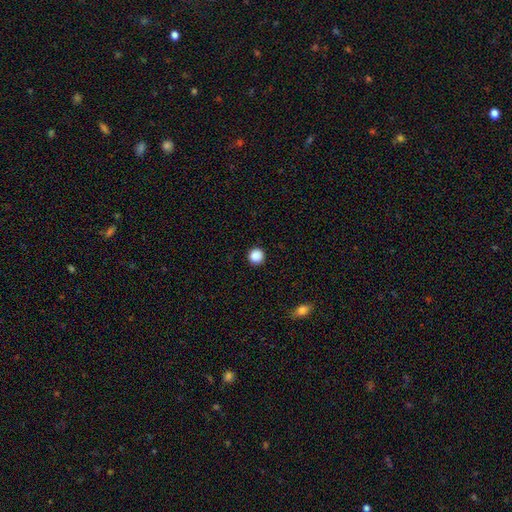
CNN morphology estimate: smooth-or-featured: smooth: 88% | star or artifact: 9% | featured or disk: 2%
  how-rounded: round: 95% | in between: 4% | cigar-shaped: 1%
  merging: none: 93% | minor disturbance: 5% | major disturbance: 2% | merger: 1%